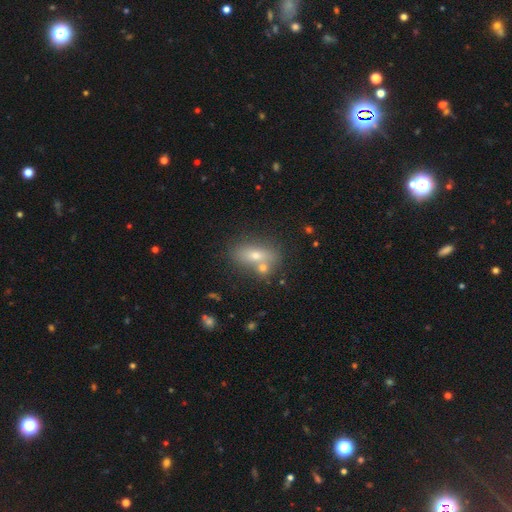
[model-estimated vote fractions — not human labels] Q: Smooth or featured?
A: smooth (61%); runner-up: featured or disk (26%)
Q: How rounded?
A: in between (71%); runner-up: round (16%)
Q: Merging?
A: none (60%); runner-up: merger (25%)